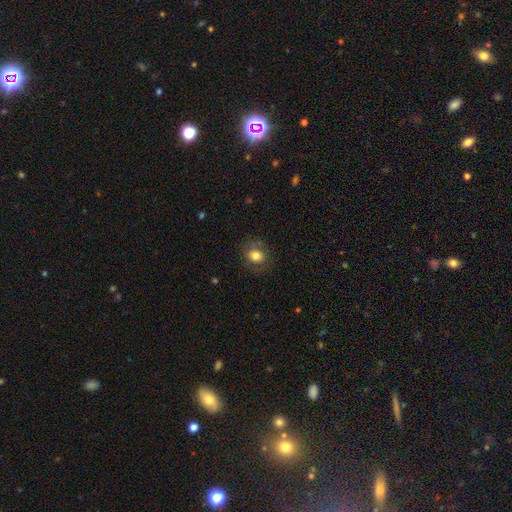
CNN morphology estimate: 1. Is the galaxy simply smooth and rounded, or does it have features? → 76% smooth, 15% featured or disk, 10% star or artifact.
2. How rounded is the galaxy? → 65% round, 34% in between, 1% cigar-shaped.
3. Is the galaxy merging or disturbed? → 79% none, 13% minor disturbance, 6% major disturbance, 1% merger.